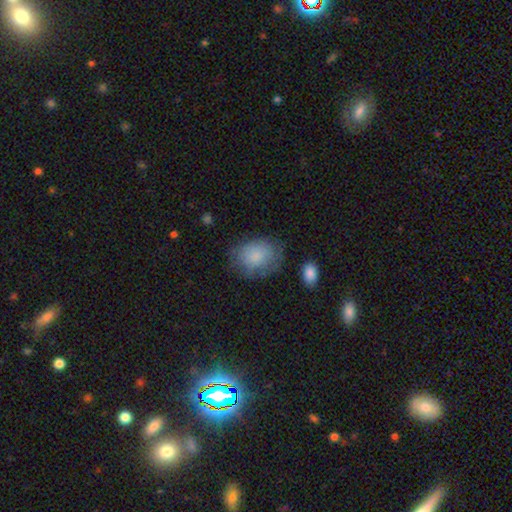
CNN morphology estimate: A smooth galaxy with no disk features (82%) that is in between round and cigar-shaped (59%). Merging: none (65%).